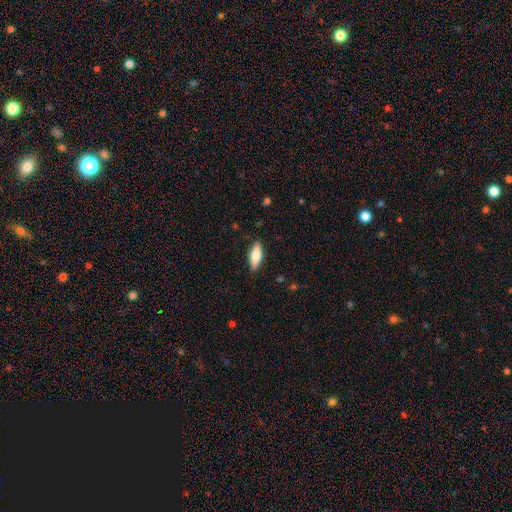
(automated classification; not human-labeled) Smooth or featured? Predicted: smooth (p=0.72). How rounded? Predicted: in between (p=0.64). Merging? Predicted: none (p=0.87).